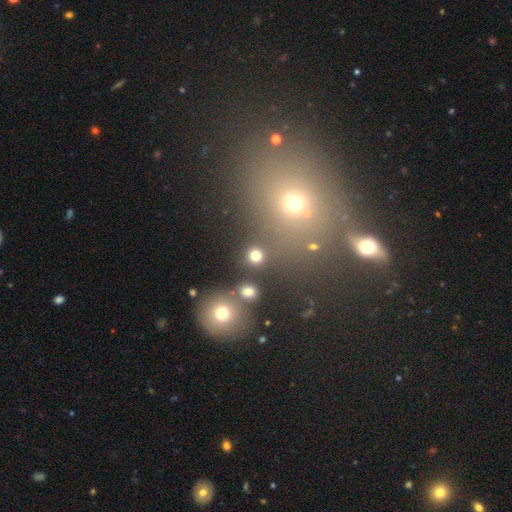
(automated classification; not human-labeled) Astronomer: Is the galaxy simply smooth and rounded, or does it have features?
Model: smooth — 78%.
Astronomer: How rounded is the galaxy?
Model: round — 87%.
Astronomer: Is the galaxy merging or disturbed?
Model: none — 83%.